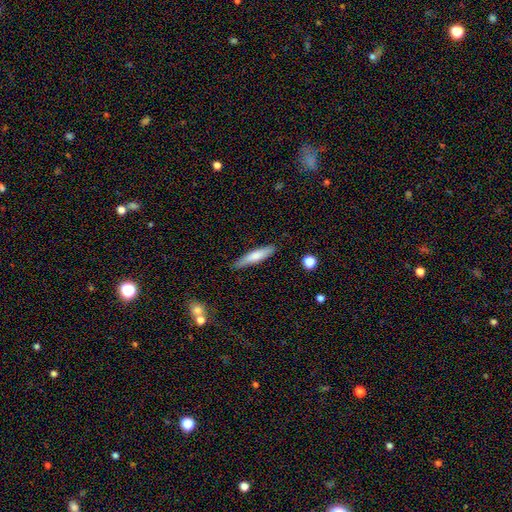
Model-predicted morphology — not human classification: A smooth galaxy with no disk features (72%) that is cigar-shaped (82%). Merging: none (84%).